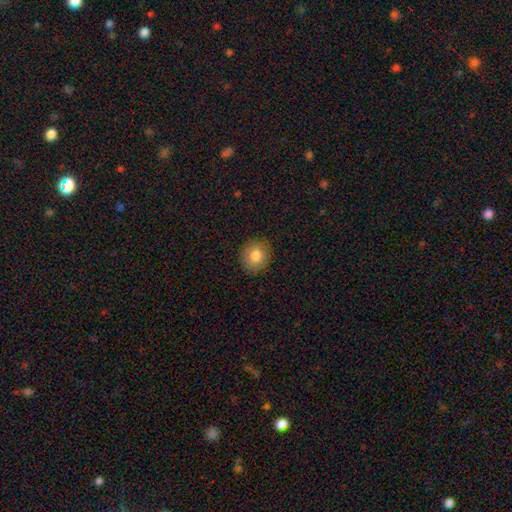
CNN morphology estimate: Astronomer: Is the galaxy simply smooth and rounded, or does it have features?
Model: smooth — 81%.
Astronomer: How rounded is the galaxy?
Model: round — 79%.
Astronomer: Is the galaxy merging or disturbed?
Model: none — 88%.